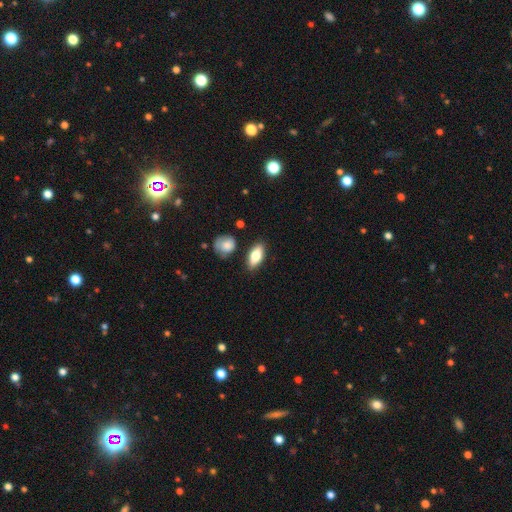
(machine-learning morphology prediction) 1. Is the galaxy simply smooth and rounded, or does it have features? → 74% smooth, 19% featured or disk, 7% star or artifact.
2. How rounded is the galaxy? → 80% in between, 16% cigar-shaped, 4% round.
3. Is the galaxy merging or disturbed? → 82% none, 12% minor disturbance, 4% merger, 3% major disturbance.